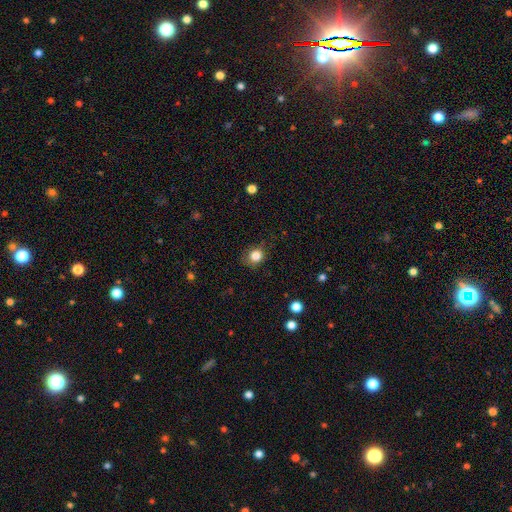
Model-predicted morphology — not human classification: Smooth or featured? Predicted: smooth (p=0.83). How rounded? Predicted: round (p=0.77). Merging? Predicted: none (p=0.78).